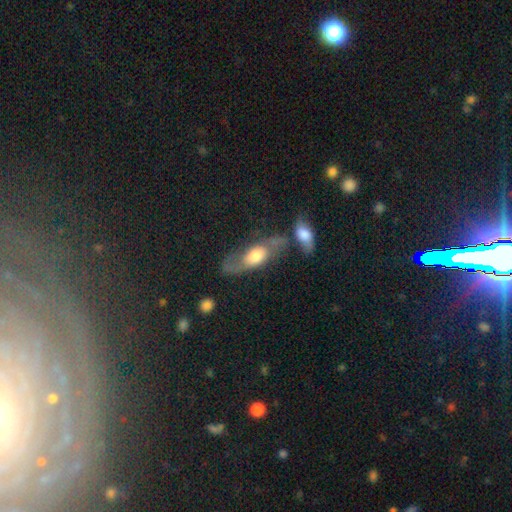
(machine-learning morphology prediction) Q: Smooth or featured?
A: featured or disk (47%); runner-up: smooth (46%)
Q: Merging?
A: none (40%); runner-up: merger (27%)